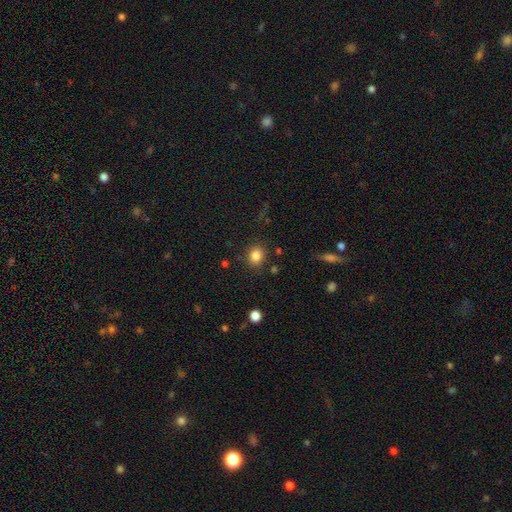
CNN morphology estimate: Smooth or featured? smooth (84%)
How rounded? round (68%)
Merging? none (84%)